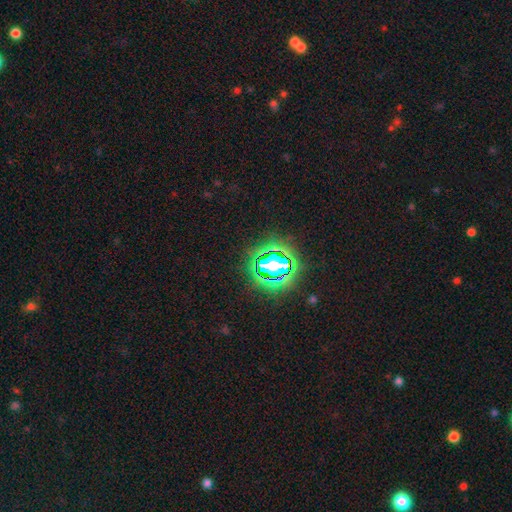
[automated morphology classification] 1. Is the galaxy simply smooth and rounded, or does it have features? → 83% star or artifact, 11% smooth, 6% featured or disk.